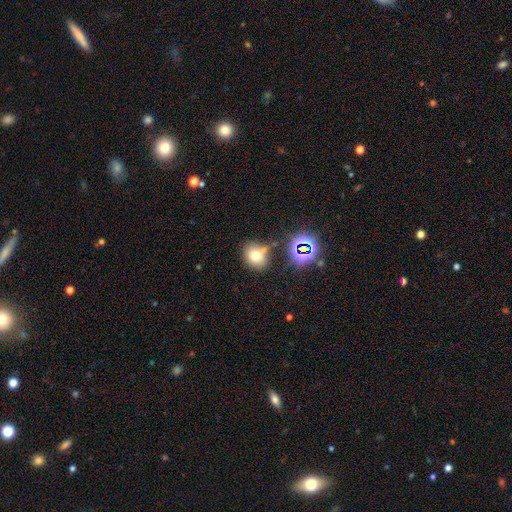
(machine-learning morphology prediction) This is likely a smooth galaxy (69%). How rounded: likely round (65%). Merging: likely none (65%).